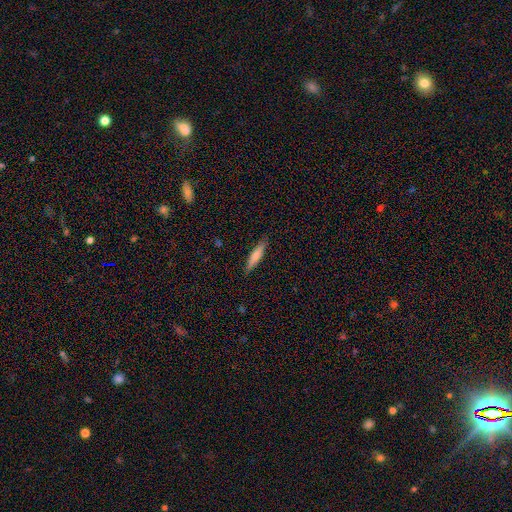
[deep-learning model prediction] smooth-or-featured: smooth: 58% | featured or disk: 36% | star or artifact: 6%
  how-rounded: cigar-shaped: 83% | in between: 15% | round: 2%
  merging: none: 89% | minor disturbance: 9% | major disturbance: 2% | merger: 1%